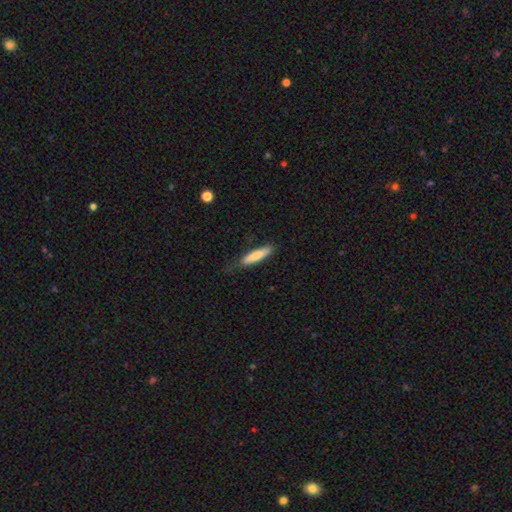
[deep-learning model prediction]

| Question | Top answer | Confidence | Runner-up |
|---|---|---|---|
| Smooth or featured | smooth | 80% | featured or disk (15%) |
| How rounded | cigar-shaped | 83% | in between (16%) |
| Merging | none | 72% | minor disturbance (22%) |